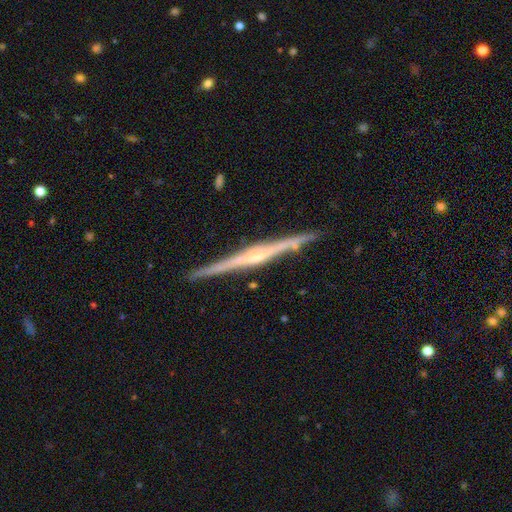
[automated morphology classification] A featured or disk galaxy (85%) viewed edge-on (98%) with a rounded central bulge (66%).

Vote fractions:
- Smooth or featured? featured or disk: 85% / smooth: 9% / star or artifact: 5%
- Edge-on disk? yes: 98% / no: 2%
- Edge-on bulge? rounded: 66% / none: 19% / boxy: 15%
- Merging? none: 90% / minor disturbance: 7% / merger: 2% / major disturbance: 1%